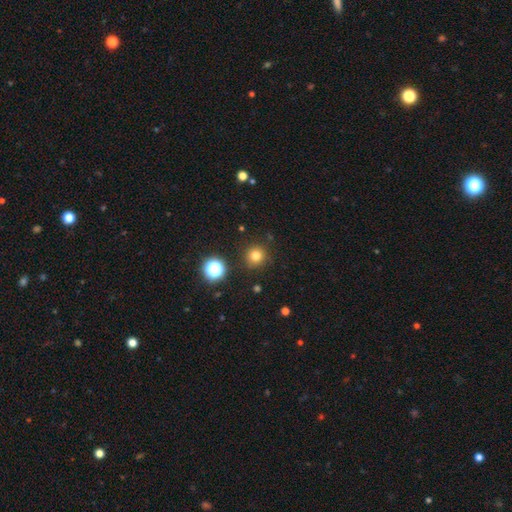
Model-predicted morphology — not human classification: type=smooth (77%); roundness=round (94%); merging=none (89%).